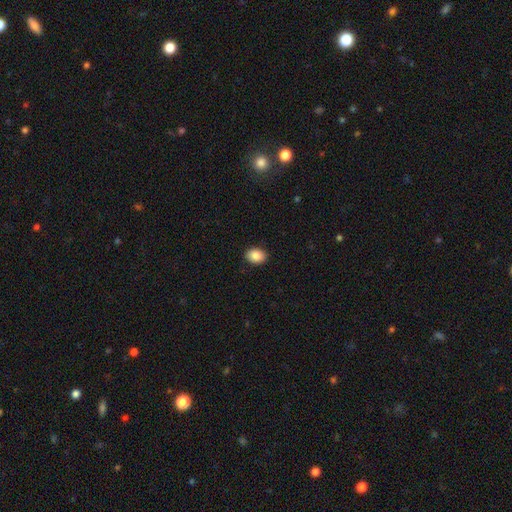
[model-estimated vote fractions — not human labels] This appears to be a smooth galaxy with no disk features (88%) that is in between round and cigar-shaped (73%). Merging: none (90%).